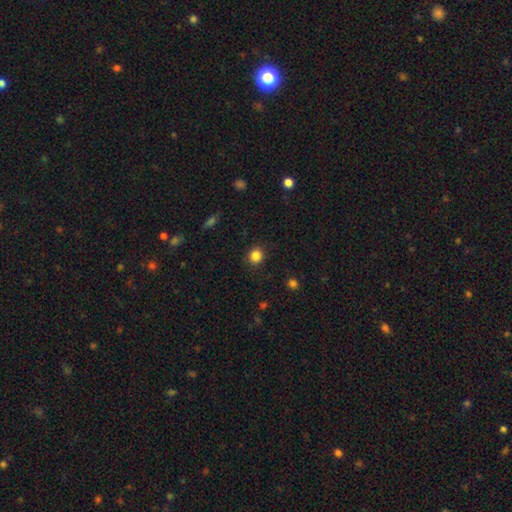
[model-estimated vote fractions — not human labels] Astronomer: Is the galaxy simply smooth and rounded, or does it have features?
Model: smooth — 85%.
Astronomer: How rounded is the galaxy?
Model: round — 87%.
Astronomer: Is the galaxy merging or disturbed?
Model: none — 90%.